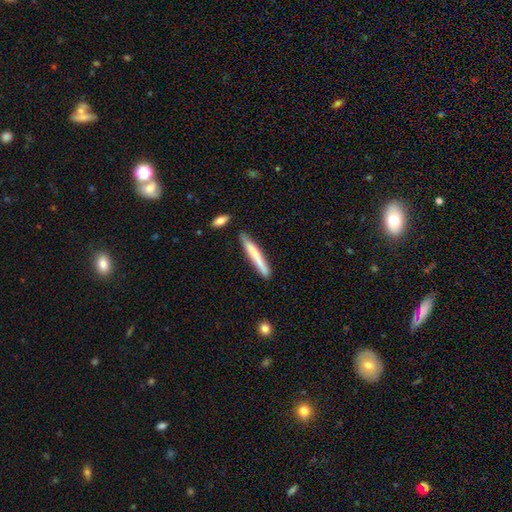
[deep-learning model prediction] This is likely a smooth galaxy (68%). How rounded: clearly cigar-shaped (96%). Merging: clearly none (81%).